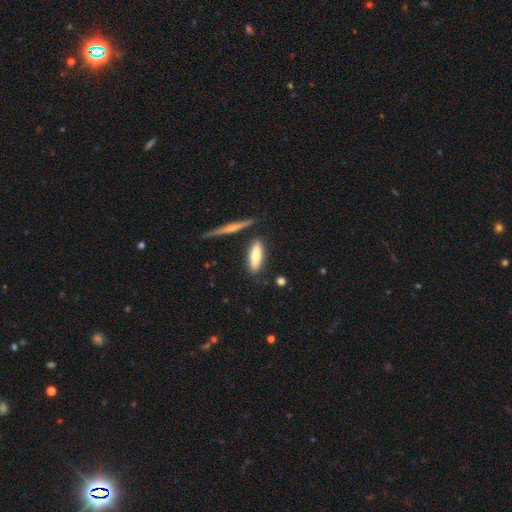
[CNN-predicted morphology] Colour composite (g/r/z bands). It shows a smooth galaxy with no disk features (68%) that is cigar-shaped (57%). Merging: none (79%).